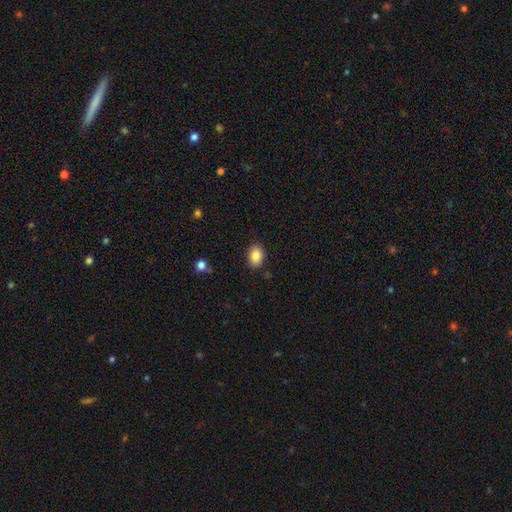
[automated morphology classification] The model was most divided on "how rounded": in between: 80%, round: 19%, cigar-shaped: 1%. More confident: smooth or featured — smooth (87%); merging — none (87%).